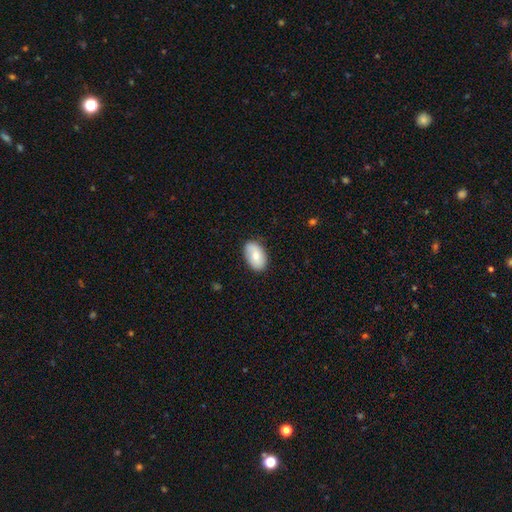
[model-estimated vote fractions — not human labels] Smooth or featured? Predicted: smooth (p=0.71). How rounded? Predicted: in between (p=0.92). Merging? Predicted: none (p=0.80).